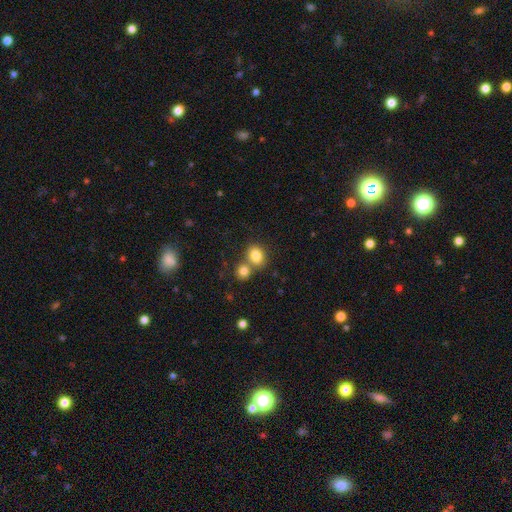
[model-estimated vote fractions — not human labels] smooth 82%, star or artifact 10%, featured or disk 8%. Down the decision tree: how rounded — round (52%); merging — none (50%).